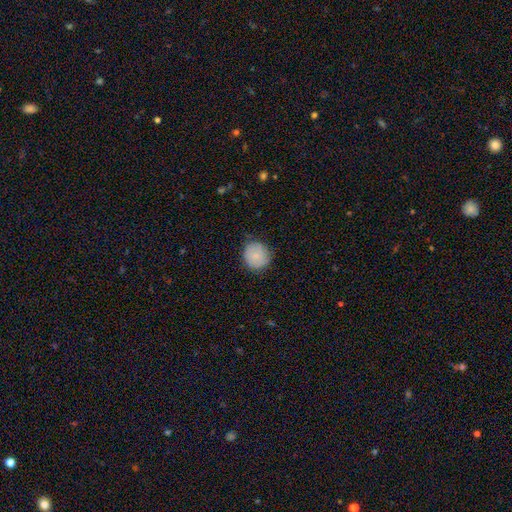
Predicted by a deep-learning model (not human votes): This is likely a smooth galaxy (78%). How rounded: clearly round (88%). Merging: likely none (77%).